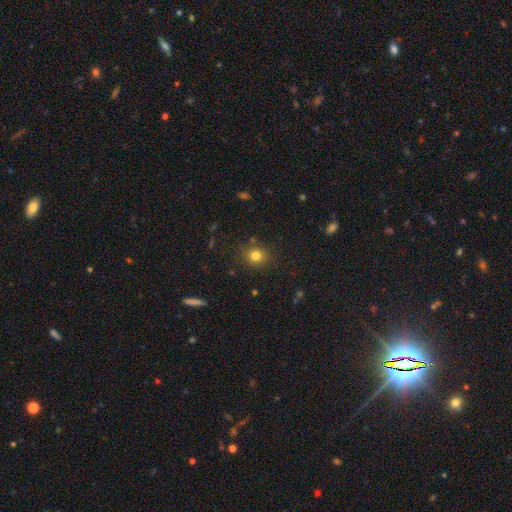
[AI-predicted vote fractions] Smooth or featured? smooth (79%)
How rounded? round (83%)
Merging? none (86%)